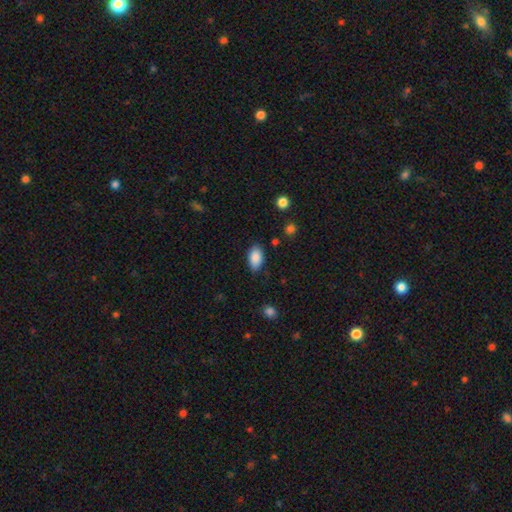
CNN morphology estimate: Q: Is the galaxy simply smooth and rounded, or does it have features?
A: smooth — 88%.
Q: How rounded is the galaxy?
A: in between — 93%.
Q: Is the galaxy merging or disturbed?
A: none — 81%.